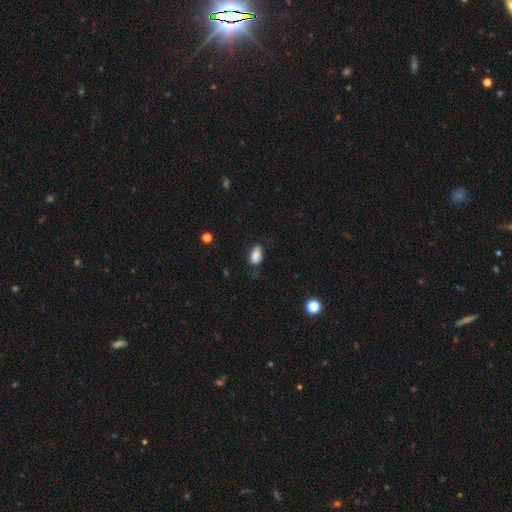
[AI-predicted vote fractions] smooth 83%, featured or disk 8%, star or artifact 8%. Down the decision tree: how rounded — in between (92%); merging — none (63%).